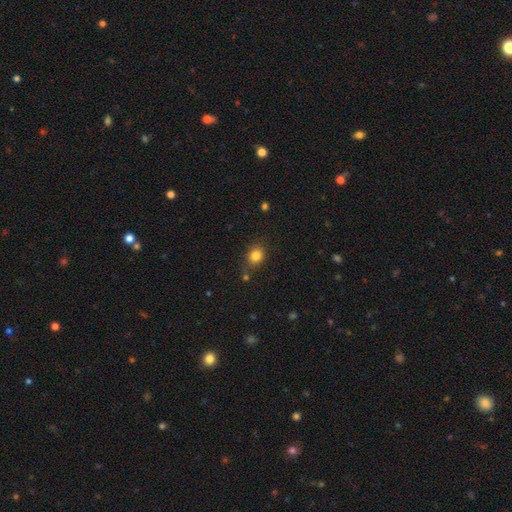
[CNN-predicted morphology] The model was most divided on "how rounded": round: 65%, in between: 34%, cigar-shaped: 1%. More confident: smooth or featured — smooth (83%); merging — none (75%).